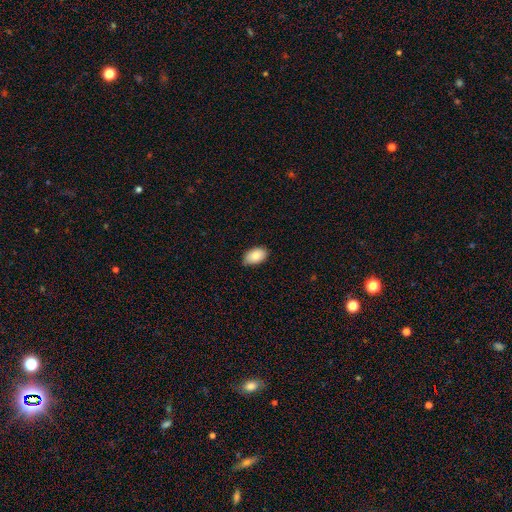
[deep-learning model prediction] This appears to be a smooth galaxy with no disk features (85%) that is in between round and cigar-shaped (92%). Merging: none (75%).